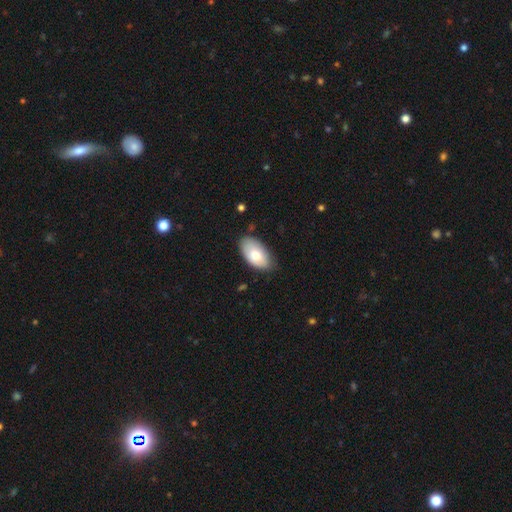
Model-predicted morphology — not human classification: smooth_or_featured: smooth (p=0.75) [alt: featured or disk p=0.20]
how_rounded: in between (p=0.95) [alt: round p=0.03]
merging: none (p=0.75) [alt: minor disturbance p=0.20]